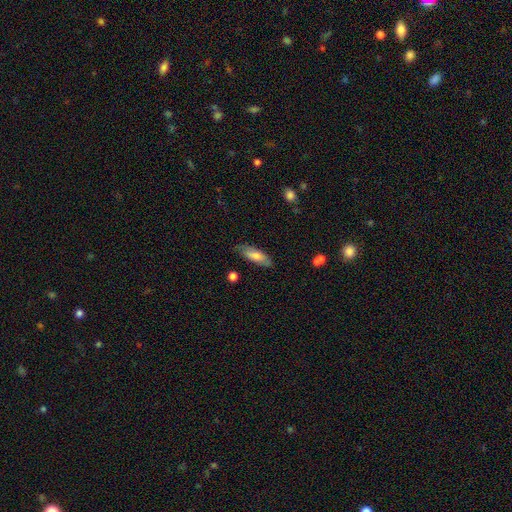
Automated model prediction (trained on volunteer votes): Q: Smooth or featured?
A: smooth (68%); runner-up: featured or disk (26%)
Q: How rounded?
A: in between (63%); runner-up: cigar-shaped (35%)
Q: Merging?
A: none (77%); runner-up: minor disturbance (18%)